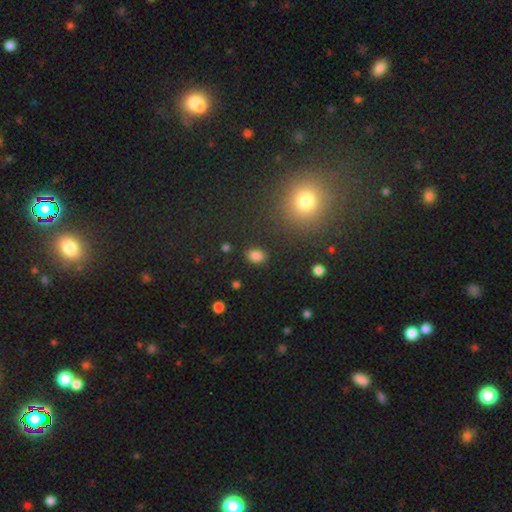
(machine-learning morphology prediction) Smooth or featured? Predicted: smooth (p=0.83). How rounded? Predicted: in between (p=0.74). Merging? Predicted: none (p=0.85).